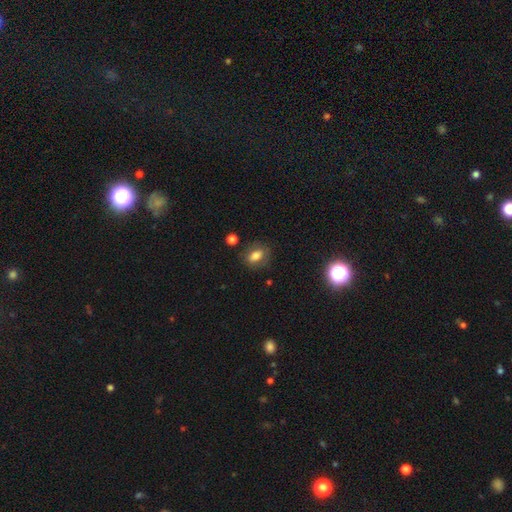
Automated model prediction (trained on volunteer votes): smooth_or_featured: smooth (p=0.72) [alt: featured or disk p=0.17]
how_rounded: in between (p=0.80) [alt: round p=0.17]
merging: none (p=0.76) [alt: minor disturbance p=0.16]